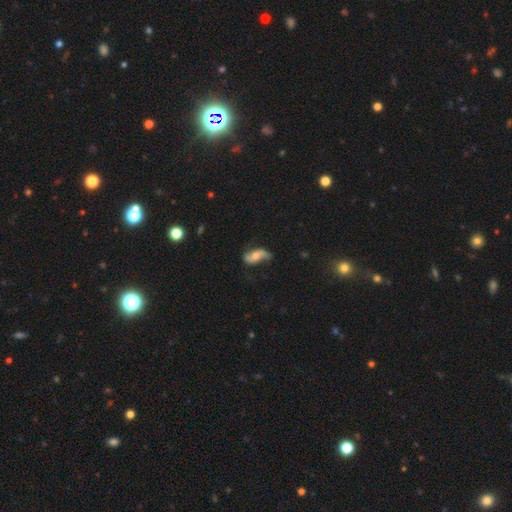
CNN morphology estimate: Overall: featured or disk (64%; smooth 28%). Edge-on disk: no (91%). Bar: no (62%; weak 26%). Spiral arms: yes (87%). Spiral arm count: 2 (89%). Spiral winding: loose (74%). Bulge size: moderate (61%; small 27%). Merging: none (63%; minor disturbance 24%).